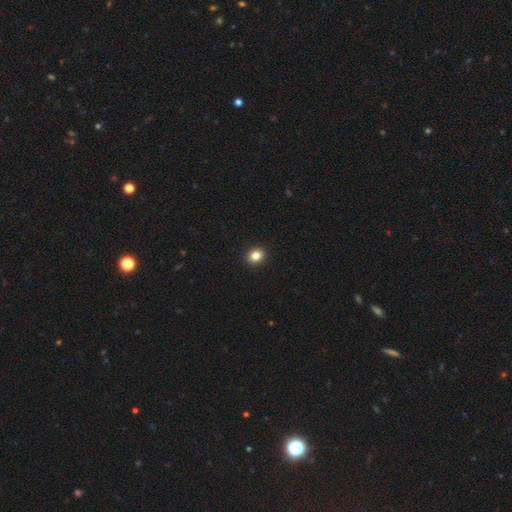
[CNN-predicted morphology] Overall: smooth (84%). How rounded: round (75%). Merging: none (93%).